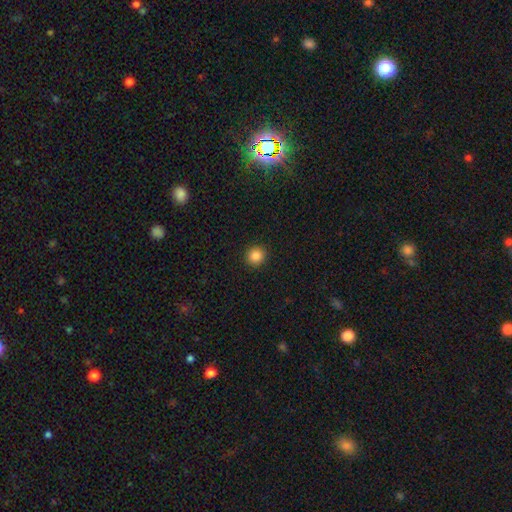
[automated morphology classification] smooth_or_featured: smooth (p=0.87) [alt: star or artifact p=0.10]
how_rounded: round (p=0.91) [alt: in between p=0.08]
merging: none (p=0.92) [alt: minor disturbance p=0.05]